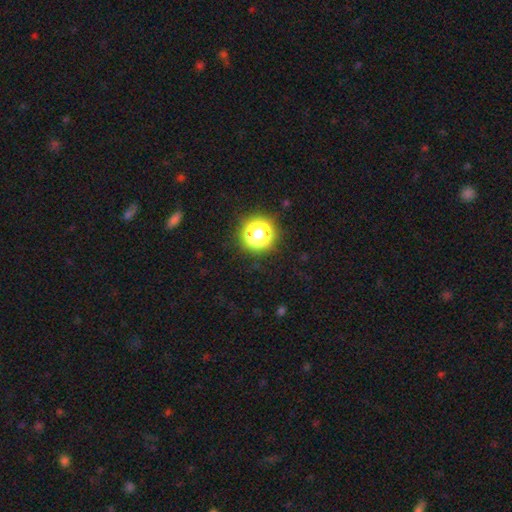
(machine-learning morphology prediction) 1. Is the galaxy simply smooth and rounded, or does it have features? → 70% star or artifact, 24% smooth, 6% featured or disk.